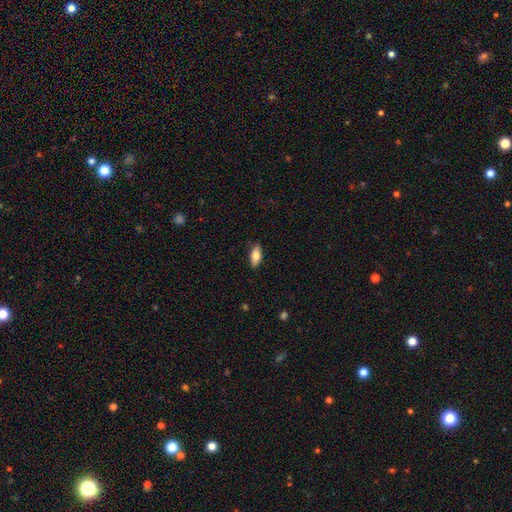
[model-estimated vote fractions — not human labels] smooth_or_featured: smooth (p=0.74) [alt: featured or disk p=0.20]
how_rounded: in between (p=0.81) [alt: cigar-shaped p=0.16]
merging: none (p=0.87) [alt: minor disturbance p=0.10]